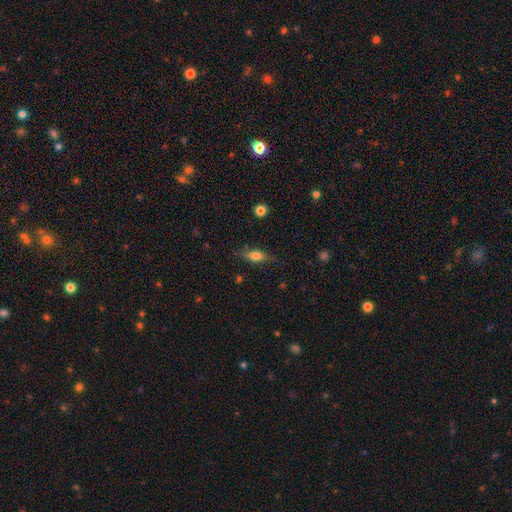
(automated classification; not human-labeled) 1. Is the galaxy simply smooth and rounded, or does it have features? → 51% smooth, 40% featured or disk, 8% star or artifact.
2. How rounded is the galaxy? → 56% in between, 37% cigar-shaped, 7% round.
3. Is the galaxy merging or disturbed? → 79% none, 15% minor disturbance, 4% major disturbance, 1% merger.